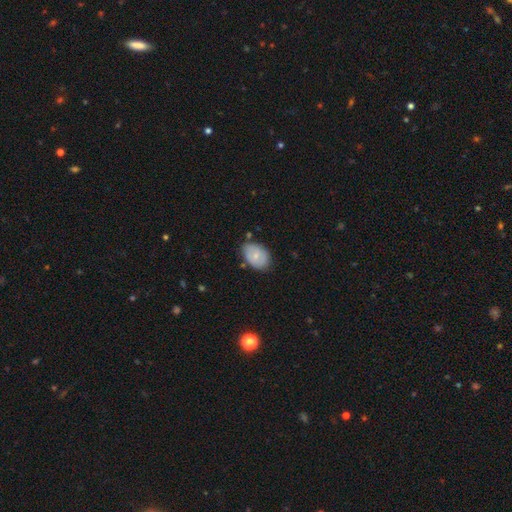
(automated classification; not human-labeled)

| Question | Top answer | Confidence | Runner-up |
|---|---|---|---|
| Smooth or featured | smooth | 65% | featured or disk (28%) |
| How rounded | in between | 82% | round (17%) |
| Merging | none | 70% | minor disturbance (23%) |